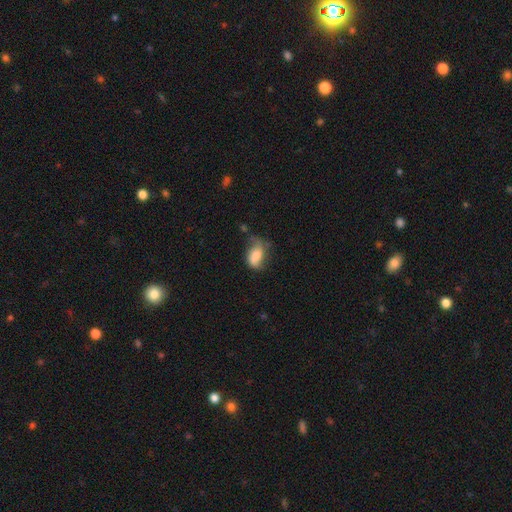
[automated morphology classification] A smooth galaxy with no disk features (53%) that is in between round and cigar-shaped (83%). Merging: none (36%).